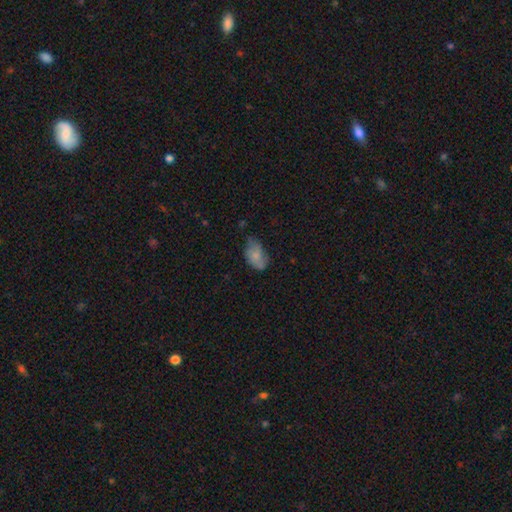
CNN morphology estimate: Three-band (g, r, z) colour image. It shows a smooth galaxy with no disk features (74%) that is in between round and cigar-shaped (90%). Merging: none (47%).